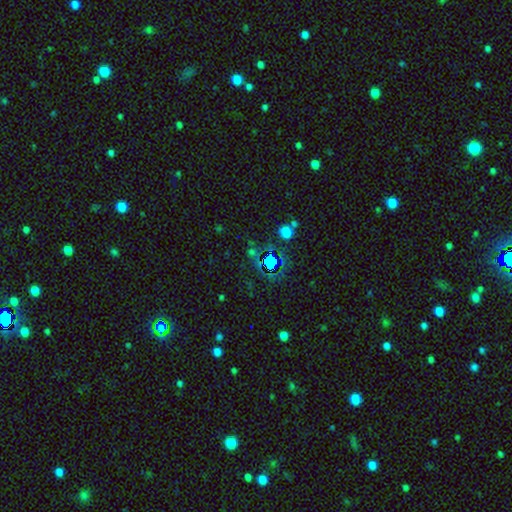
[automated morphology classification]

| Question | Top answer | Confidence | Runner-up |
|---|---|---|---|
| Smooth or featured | star or artifact | 75% | smooth (15%) |